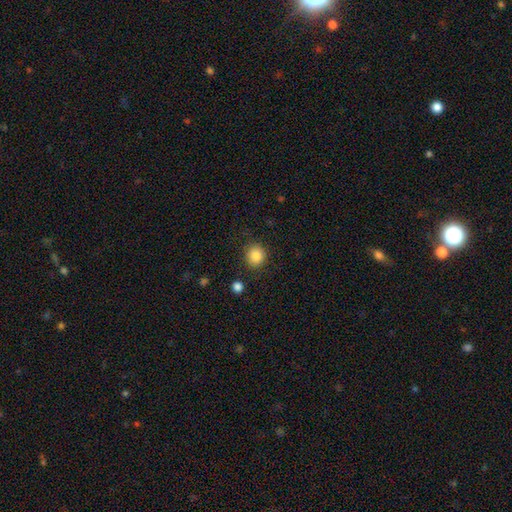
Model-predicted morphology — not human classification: smooth-or-featured: smooth: 87% | star or artifact: 10% | featured or disk: 4%
  how-rounded: round: 85% | in between: 14% | cigar-shaped: 1%
  merging: none: 85% | minor disturbance: 9% | major disturbance: 3% | merger: 2%